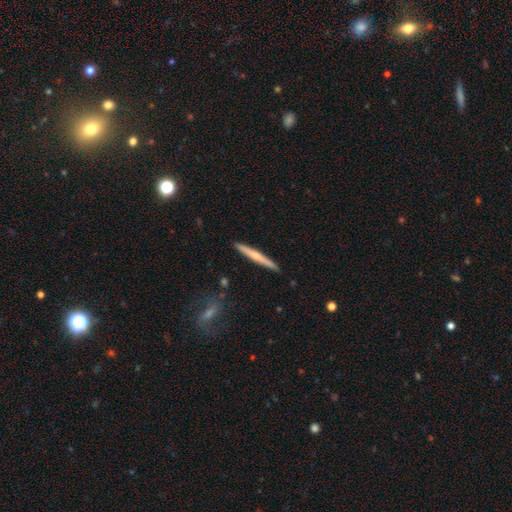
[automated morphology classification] This appears to be a featured or disk galaxy (53%) viewed edge-on (97%) with a rounded central bulge (65%). Merging: none (91%).